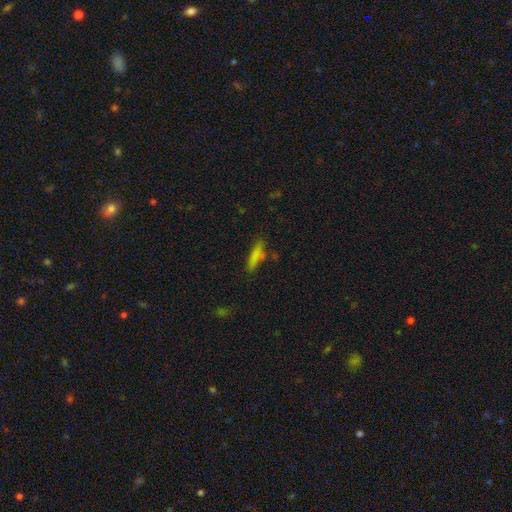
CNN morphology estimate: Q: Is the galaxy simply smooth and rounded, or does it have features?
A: smooth — 77%.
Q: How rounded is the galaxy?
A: cigar-shaped — 72%.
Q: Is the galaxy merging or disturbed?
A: none — 70%.